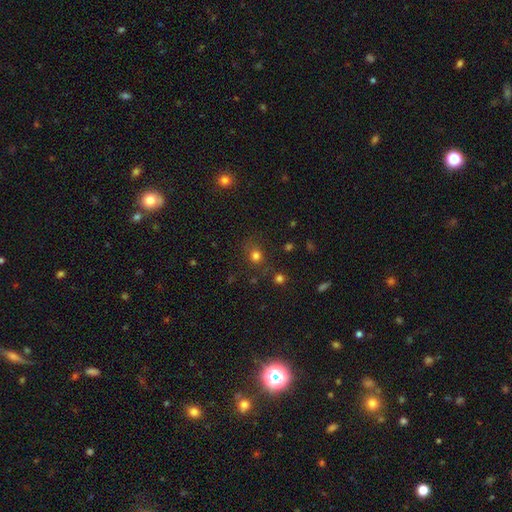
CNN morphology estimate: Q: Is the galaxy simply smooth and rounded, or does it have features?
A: smooth — 74%.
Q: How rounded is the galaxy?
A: round — 77%.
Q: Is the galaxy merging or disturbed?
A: none — 73%.